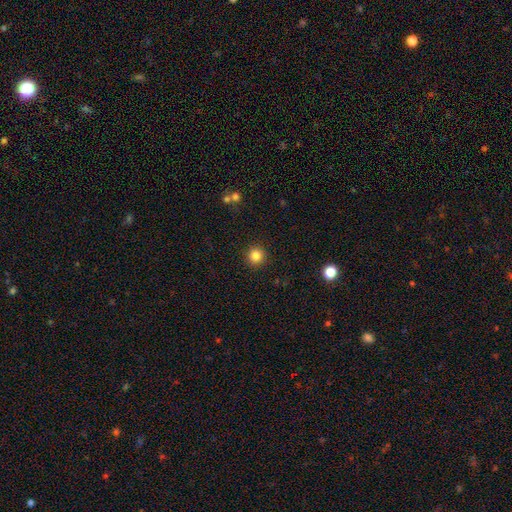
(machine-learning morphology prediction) Smooth or featured? Predicted: smooth (p=0.84). How rounded? Predicted: round (p=0.95). Merging? Predicted: none (p=0.92).